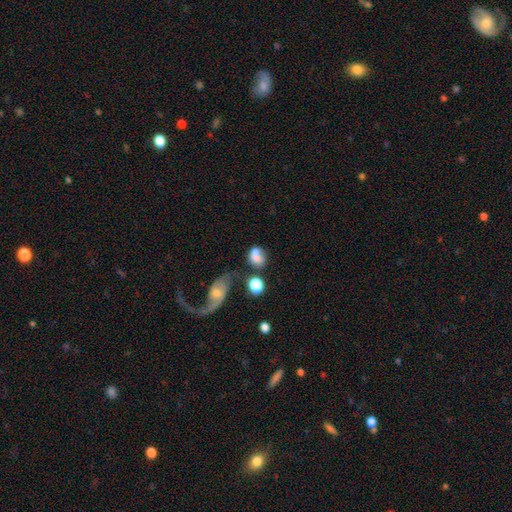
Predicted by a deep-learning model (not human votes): A smooth galaxy with no disk features (72%) that is in between round and cigar-shaped (60%). Merging: none (35%).